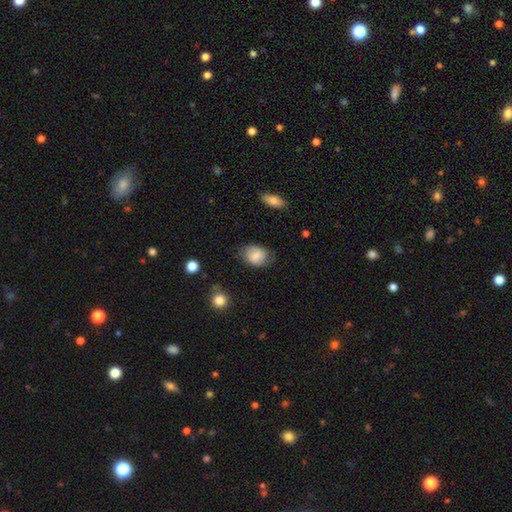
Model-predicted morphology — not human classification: smooth_or_featured: smooth (p=0.67) [alt: featured or disk p=0.26]
how_rounded: in between (p=0.69) [alt: round p=0.30]
merging: none (p=0.65) [alt: minor disturbance p=0.25]